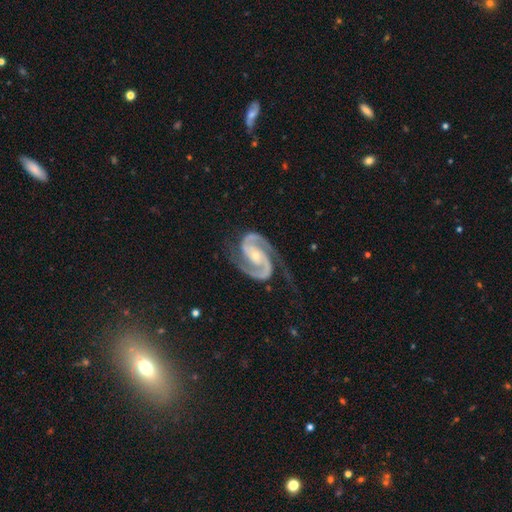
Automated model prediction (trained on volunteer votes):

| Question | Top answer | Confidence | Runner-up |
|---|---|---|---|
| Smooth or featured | featured or disk | 94% | star or artifact (4%) |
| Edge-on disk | no | 98% | yes (2%) |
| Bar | no | 42% | weak (32%) |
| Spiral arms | yes | 99% | no (1%) |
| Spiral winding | medium | 56% | tight (35%) |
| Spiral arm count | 2 | 94% | 3 (1%) |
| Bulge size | small | 57% | moderate (38%) |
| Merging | none | 74% | minor disturbance (16%) |